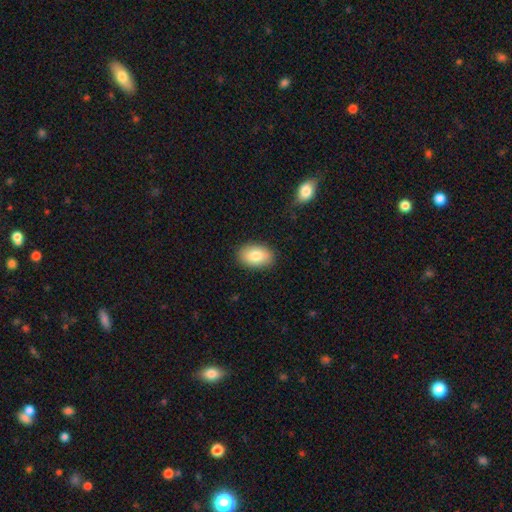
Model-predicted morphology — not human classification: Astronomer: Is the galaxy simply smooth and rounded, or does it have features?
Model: smooth — 83%.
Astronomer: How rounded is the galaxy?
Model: in between — 90%.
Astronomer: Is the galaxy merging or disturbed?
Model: none — 87%.